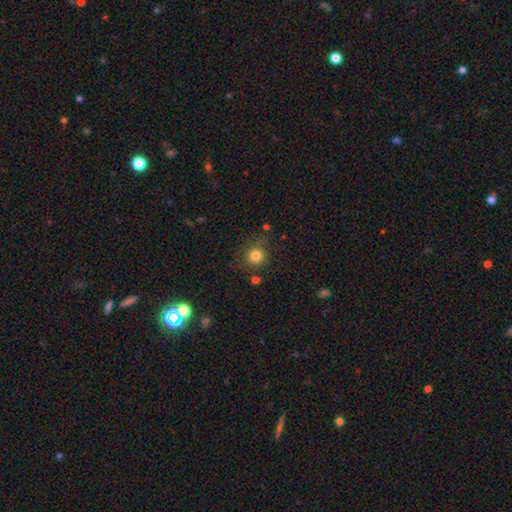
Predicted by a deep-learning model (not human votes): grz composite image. It shows a smooth galaxy with no disk features (81%) that is round (90%). Merging: none (76%).